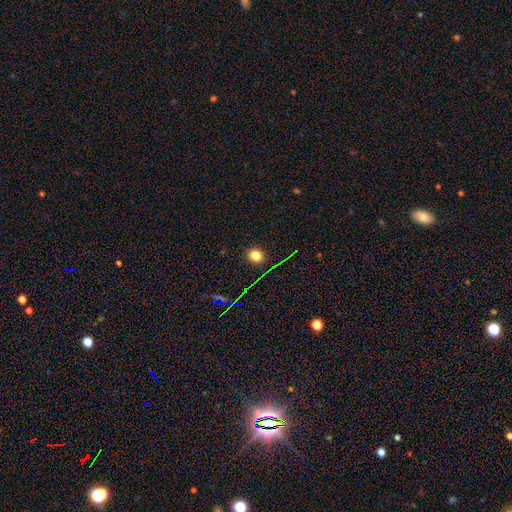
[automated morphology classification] type=smooth (77%); roundness=round (80%); merging=none (90%).